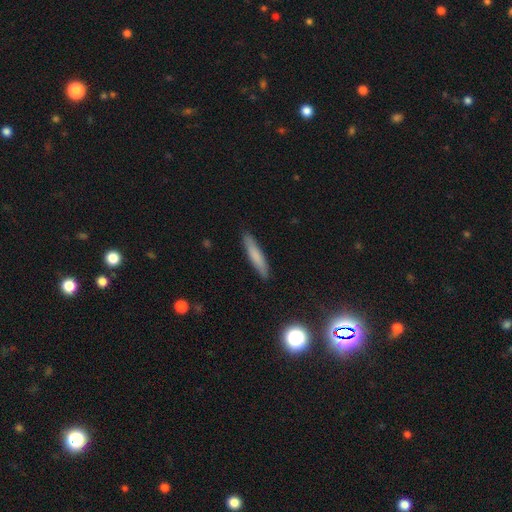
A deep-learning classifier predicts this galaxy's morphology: type=smooth (74%); roundness=cigar-shaped (90%); merging=none (89%).